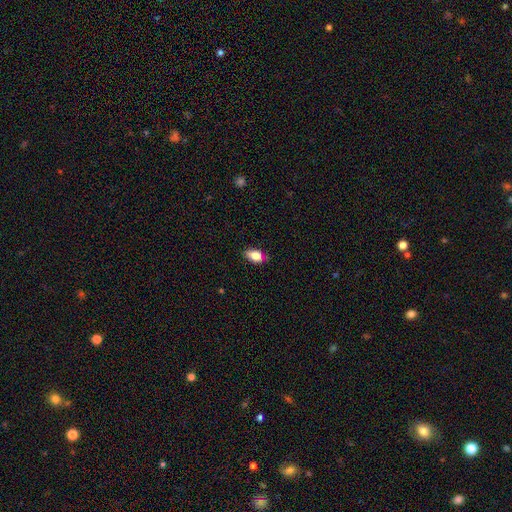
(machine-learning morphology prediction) This is clearly a smooth galaxy (83%). How rounded: clearly in between (90%). Merging: likely none (73%).